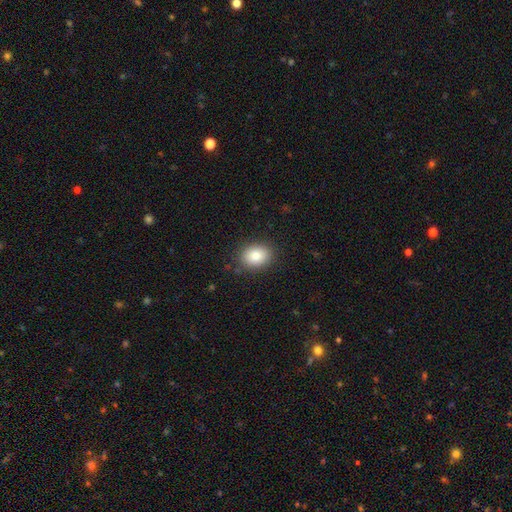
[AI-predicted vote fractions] Smooth or featured?
  - smooth: 84% *
  - star or artifact: 9%
  - featured or disk: 7%
How rounded?
  - in between: 61% *
  - round: 38%
  - cigar-shaped: 1%
Merging?
  - none: 86% *
  - minor disturbance: 10%
  - major disturbance: 3%
  - merger: 1%